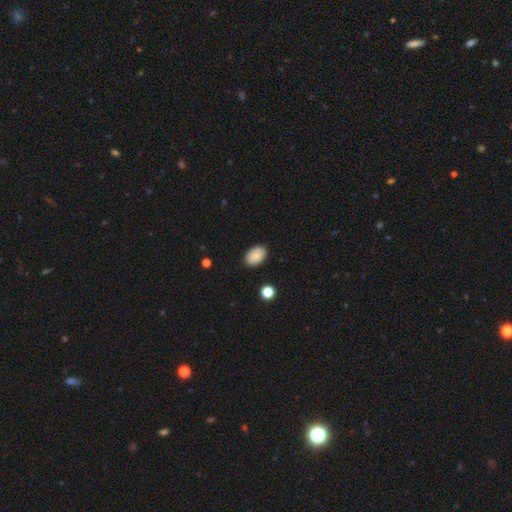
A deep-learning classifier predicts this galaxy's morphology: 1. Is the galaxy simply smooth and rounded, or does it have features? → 88% smooth, 7% star or artifact, 5% featured or disk.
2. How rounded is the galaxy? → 89% in between, 9% round, 1% cigar-shaped.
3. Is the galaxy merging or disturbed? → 88% none, 9% minor disturbance, 2% major disturbance, 1% merger.